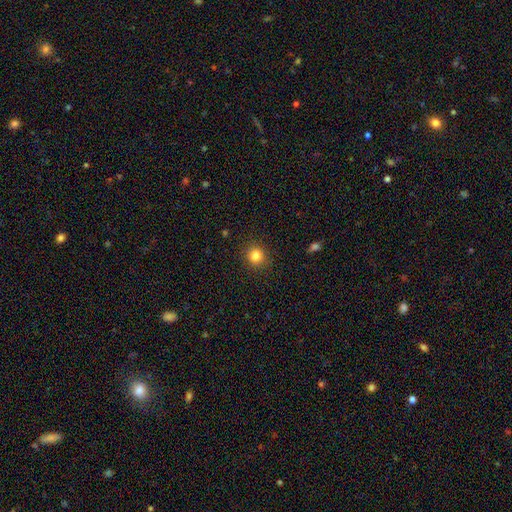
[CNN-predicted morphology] Smooth or featured? smooth (83%)
How rounded? round (89%)
Merging? none (90%)